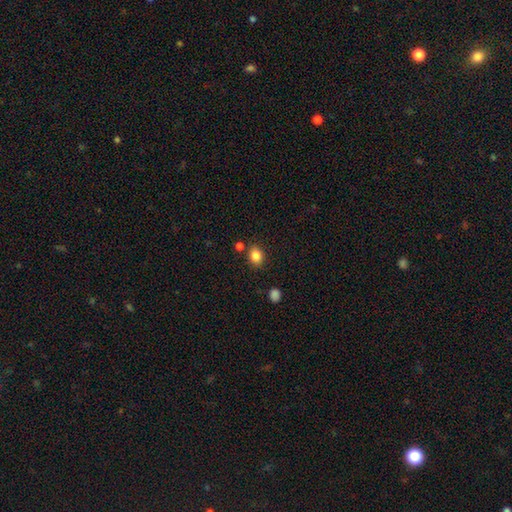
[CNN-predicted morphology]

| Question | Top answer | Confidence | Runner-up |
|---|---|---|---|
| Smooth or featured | smooth | 85% | star or artifact (11%) |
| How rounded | in between | 53% | round (46%) |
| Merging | none | 80% | minor disturbance (11%) |